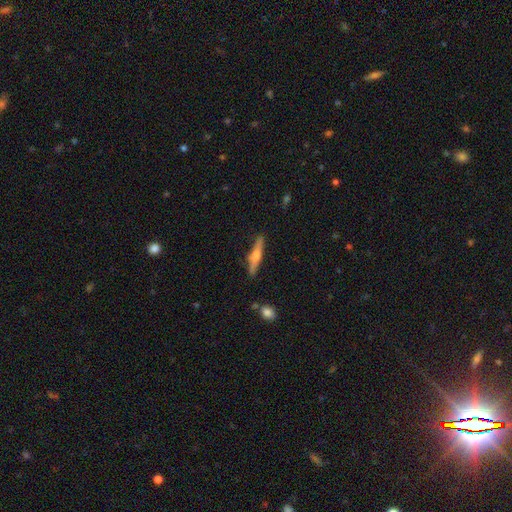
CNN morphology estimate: This is possibly a featured or disk galaxy (47%, tied with smooth). Merging: clearly none (83%).